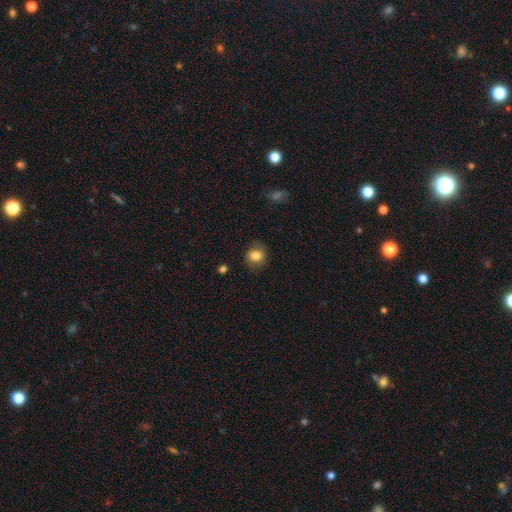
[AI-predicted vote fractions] Morphology: type=smooth (82%); roundness=round (66%); merging=none (80%).